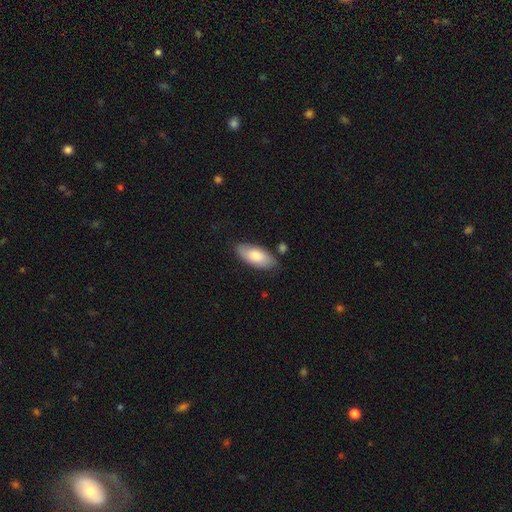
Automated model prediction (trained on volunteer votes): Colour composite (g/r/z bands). It shows a smooth galaxy with no disk features (76%) that is in between round and cigar-shaped (89%). Merging: none (79%).